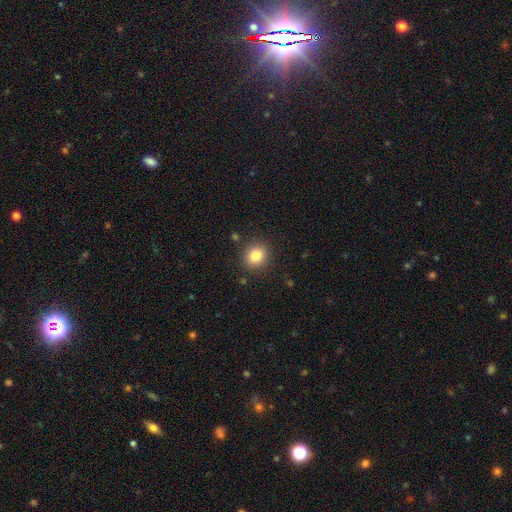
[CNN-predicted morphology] Q: Smooth or featured?
A: smooth (83%); runner-up: star or artifact (10%)
Q: How rounded?
A: round (81%); runner-up: in between (18%)
Q: Merging?
A: none (88%); runner-up: minor disturbance (8%)